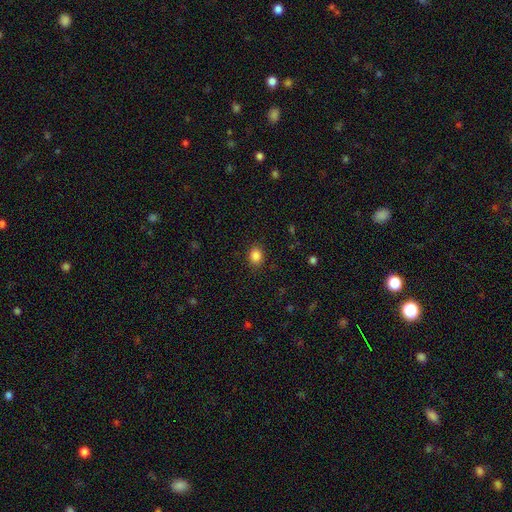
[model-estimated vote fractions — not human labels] smooth 86%, star or artifact 11%, featured or disk 4%. Down the decision tree: how rounded — round (59%); merging — none (88%).